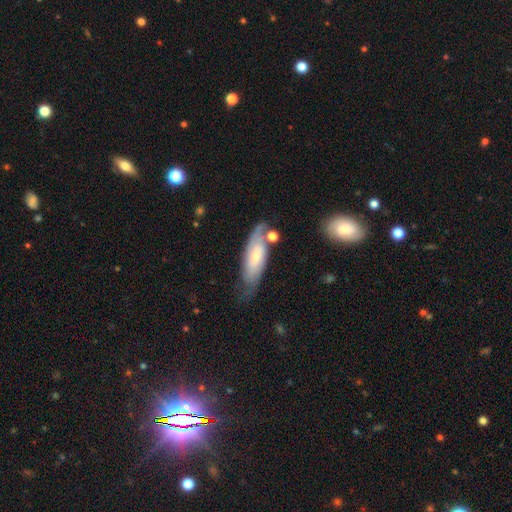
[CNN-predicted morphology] Overall: featured or disk (51%; smooth 42%). Edge-on disk: no (76%). Merging: none (57%; minor disturbance 25%).